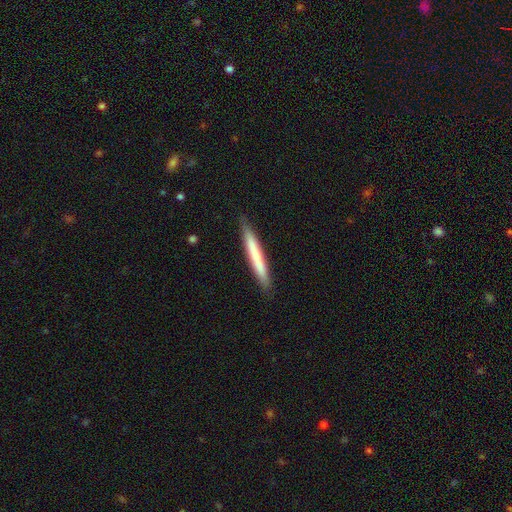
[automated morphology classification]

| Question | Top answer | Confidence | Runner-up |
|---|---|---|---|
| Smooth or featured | smooth | 66% | featured or disk (28%) |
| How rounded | cigar-shaped | 96% | in between (3%) |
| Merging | none | 88% | minor disturbance (9%) |